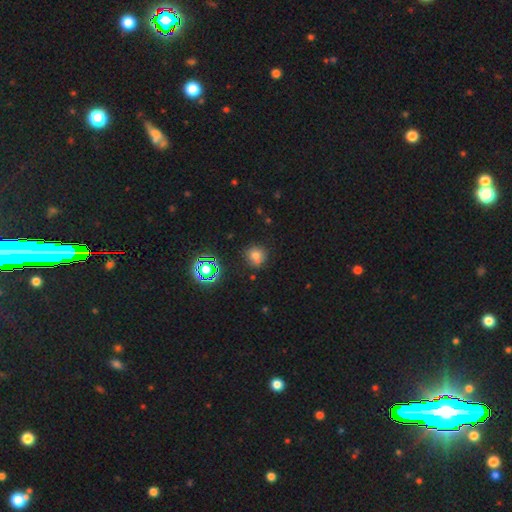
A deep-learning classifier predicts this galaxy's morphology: Smooth or featured: smooth — 67% (star or artifact — 23%)
How rounded: round — 87% (in between — 12%)
Merging: none — 71% (minor disturbance — 14%)